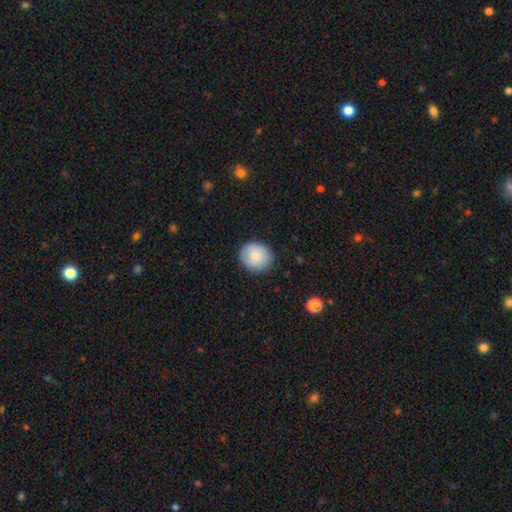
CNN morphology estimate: type=smooth (84%); roundness=round (79%); merging=none (86%).